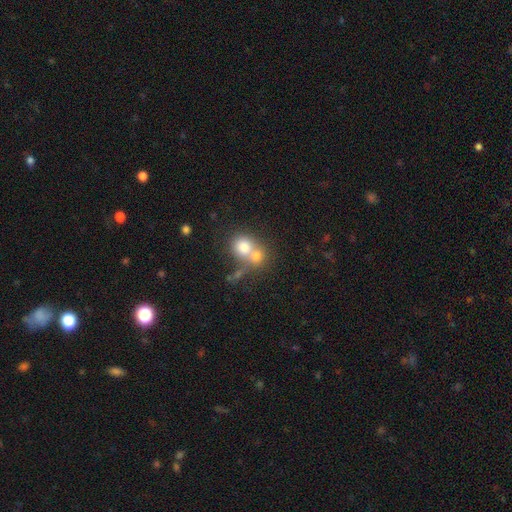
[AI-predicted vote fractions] A smooth galaxy with no disk features (73%) that is round (75%). Merging: merger (64%).